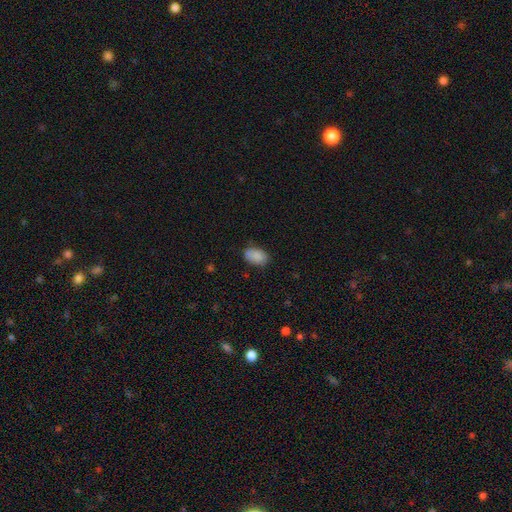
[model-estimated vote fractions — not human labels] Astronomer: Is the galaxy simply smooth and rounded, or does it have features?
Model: smooth — 87%.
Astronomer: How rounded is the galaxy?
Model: in between — 90%.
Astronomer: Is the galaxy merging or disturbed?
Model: none — 76%.